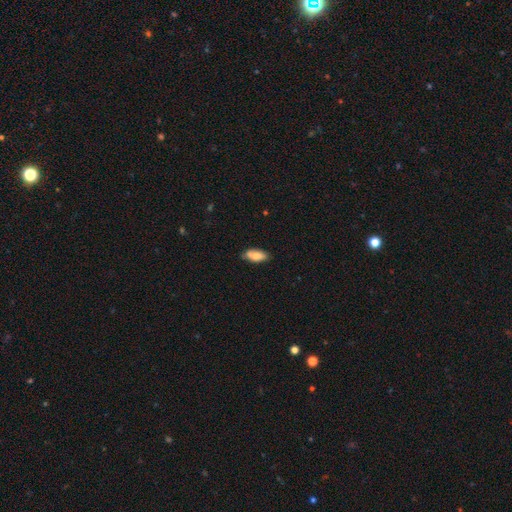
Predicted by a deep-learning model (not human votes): The model was most divided on "merging": none: 73%, minor disturbance: 21%, major disturbance: 3%, merger: 3%. More confident: how rounded — in between (85%); smooth or featured — smooth (79%).